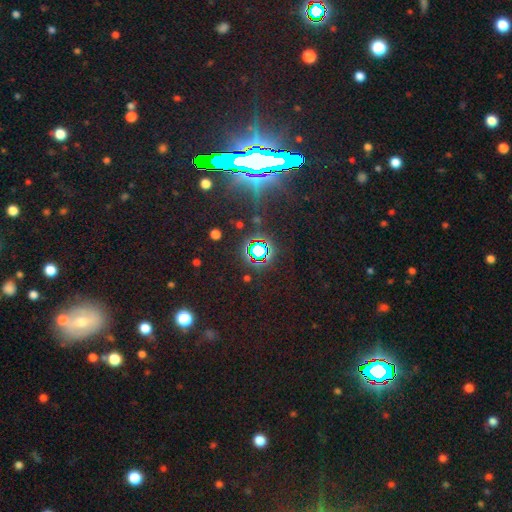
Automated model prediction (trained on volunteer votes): Smooth or featured?
  - star or artifact: 78% *
  - smooth: 14%
  - featured or disk: 9%